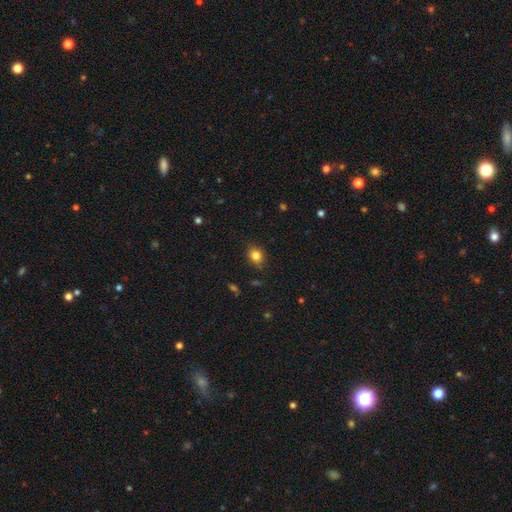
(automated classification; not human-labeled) Smooth or featured: smooth — 83% (star or artifact — 11%)
How rounded: round — 59% (in between — 40%)
Merging: none — 83% (minor disturbance — 13%)